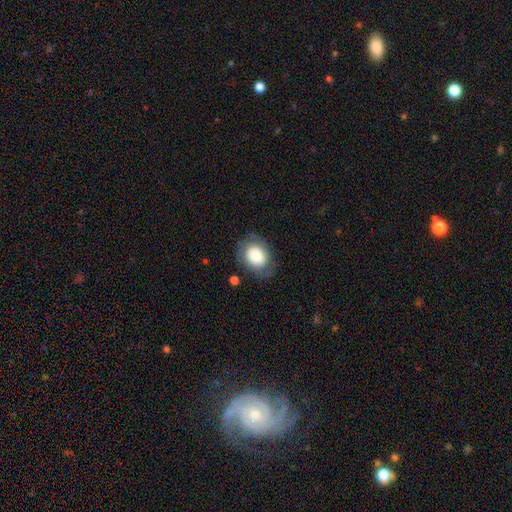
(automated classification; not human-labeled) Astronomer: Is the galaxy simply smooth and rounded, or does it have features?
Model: smooth — 80%.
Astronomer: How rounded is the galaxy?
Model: in between — 59% (runner-up: round, 40%).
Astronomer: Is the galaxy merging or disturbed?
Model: none — 75%.